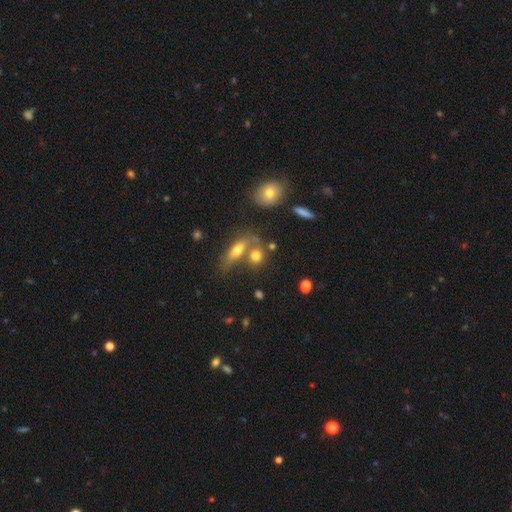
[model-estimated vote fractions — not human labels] Overall: smooth (70%). How rounded: round (58%; in between 34%). Merging: none (42%; merger 41%).